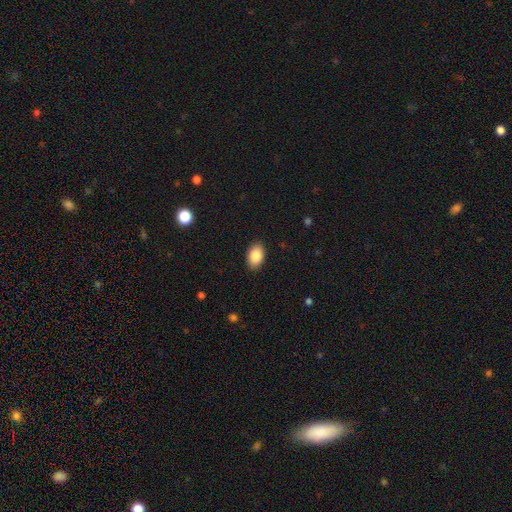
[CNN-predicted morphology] type=smooth (87%); roundness=in between (90%); merging=none (89%).